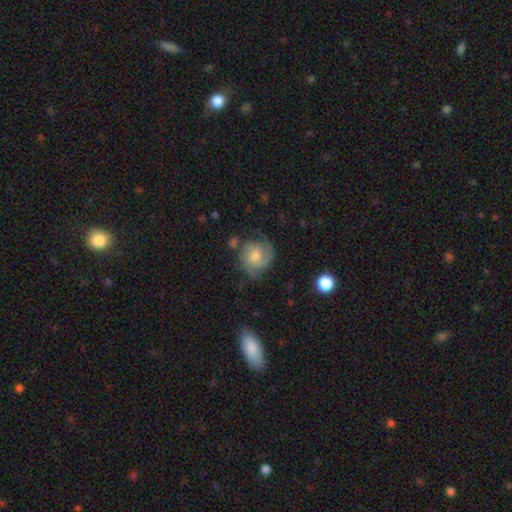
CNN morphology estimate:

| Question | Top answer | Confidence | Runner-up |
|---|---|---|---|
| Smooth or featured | featured or disk | 69% | smooth (24%) |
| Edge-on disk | no | 98% | yes (2%) |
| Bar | no | 66% | weak (30%) |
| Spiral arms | yes | 93% | no (7%) |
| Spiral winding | tight | 47% | medium (40%) |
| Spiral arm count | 2 | 61% | can't tell (16%) |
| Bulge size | moderate | 55% | small (28%) |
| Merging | none | 68% | minor disturbance (20%) |